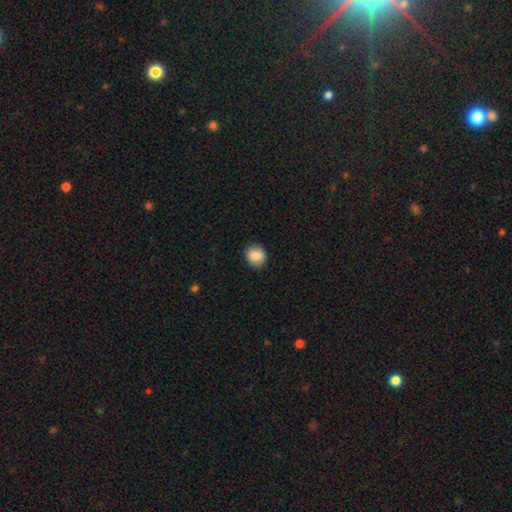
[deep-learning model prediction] Q: Smooth or featured?
A: smooth (87%); runner-up: star or artifact (8%)
Q: How rounded?
A: round (73%); runner-up: in between (26%)
Q: Merging?
A: none (89%); runner-up: minor disturbance (8%)